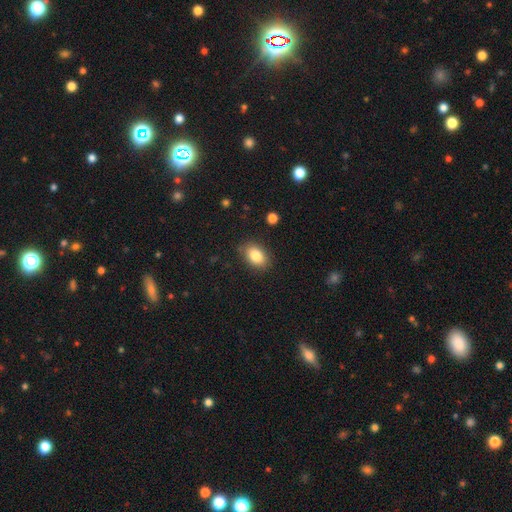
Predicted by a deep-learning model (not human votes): The model was most divided on "how rounded": in between: 82%, round: 17%, cigar-shaped: 1%. More confident: merging — none (85%); smooth or featured — smooth (84%).